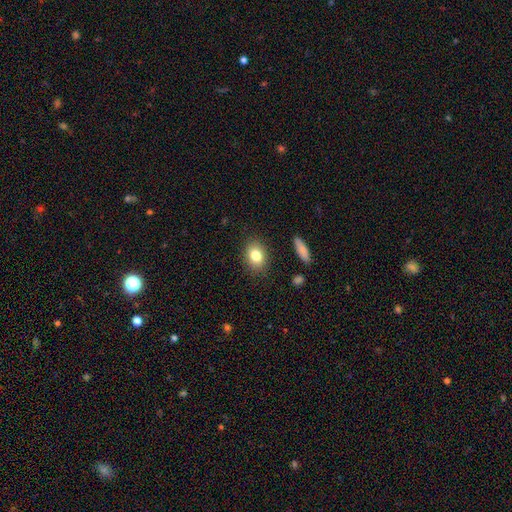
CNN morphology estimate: type=smooth (80%); roundness=in between (64%); merging=none (86%).